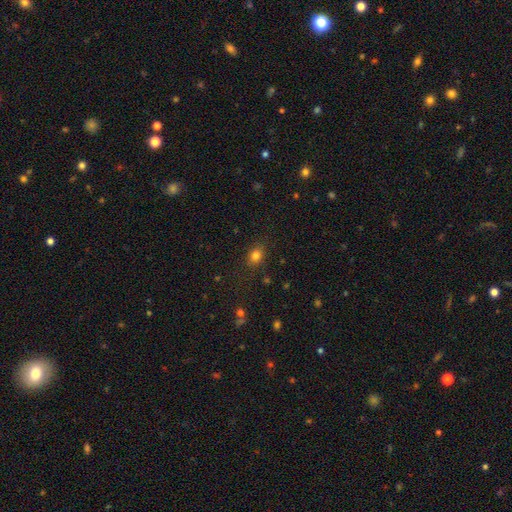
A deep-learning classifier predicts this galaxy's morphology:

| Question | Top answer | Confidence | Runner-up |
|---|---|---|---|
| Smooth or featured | smooth | 80% | star or artifact (13%) |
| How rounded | in between | 54% | round (44%) |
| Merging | none | 83% | minor disturbance (12%) |